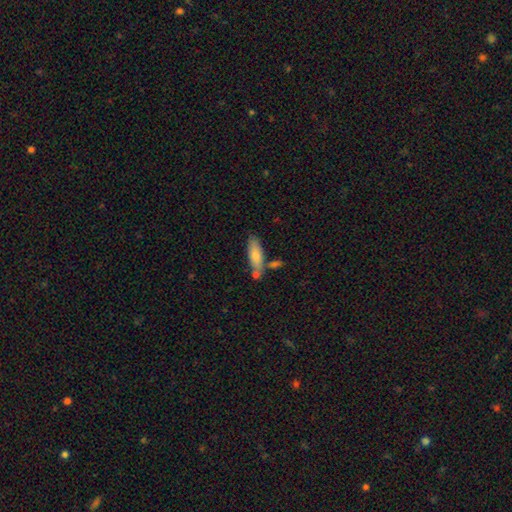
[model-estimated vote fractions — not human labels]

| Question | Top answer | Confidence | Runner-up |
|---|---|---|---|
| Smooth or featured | smooth | 76% | featured or disk (18%) |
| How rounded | in between | 56% | cigar-shaped (41%) |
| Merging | none | 62% | merger (17%) |